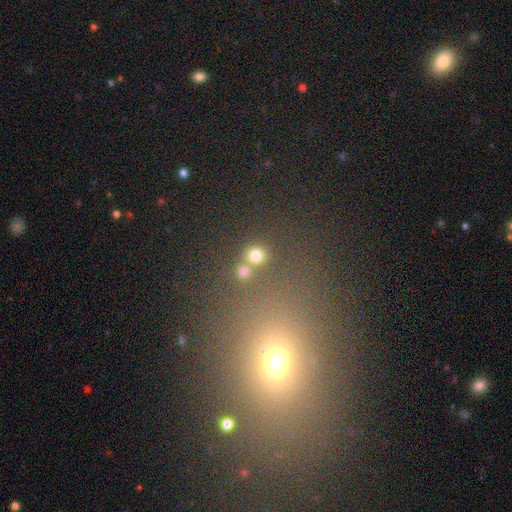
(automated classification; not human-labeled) Smooth or featured?
  - smooth: 75% *
  - star or artifact: 18%
  - featured or disk: 7%
How rounded?
  - round: 89% *
  - in between: 10%
  - cigar-shaped: 1%
Merging?
  - none: 67% *
  - merger: 22%
  - minor disturbance: 7%
  - major disturbance: 4%